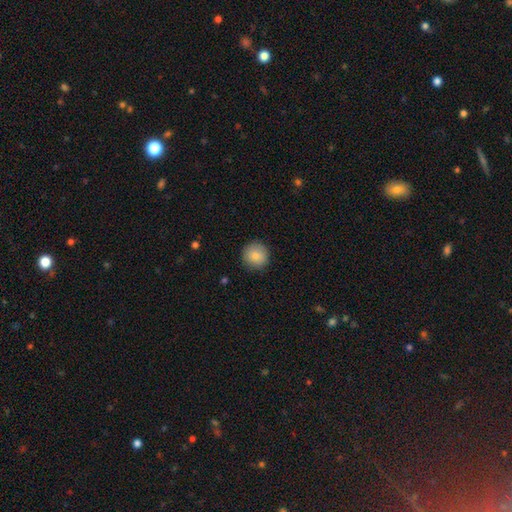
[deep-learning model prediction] A smooth galaxy with no disk features (83%) that is round (95%).

Vote fractions:
- Smooth or featured? smooth: 83% / featured or disk: 9% / star or artifact: 8%
- How rounded? round: 95% / in between: 4% / cigar-shaped: 1%
- Merging? none: 90% / minor disturbance: 7% / major disturbance: 2% / merger: 1%